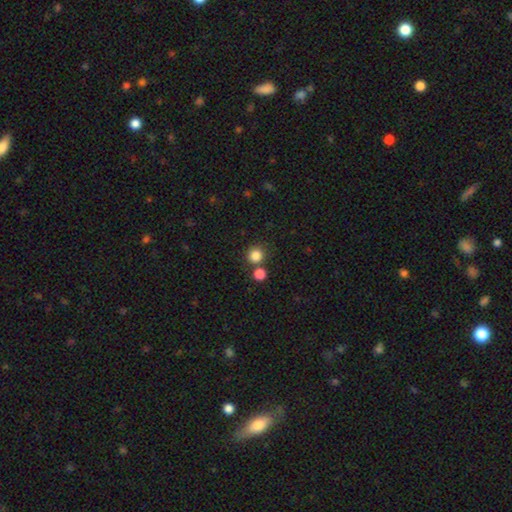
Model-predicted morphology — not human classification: smooth_or_featured: smooth (p=0.83) [alt: star or artifact p=0.12]
how_rounded: round (p=0.93) [alt: in between p=0.06]
merging: none (p=0.76) [alt: merger p=0.15]